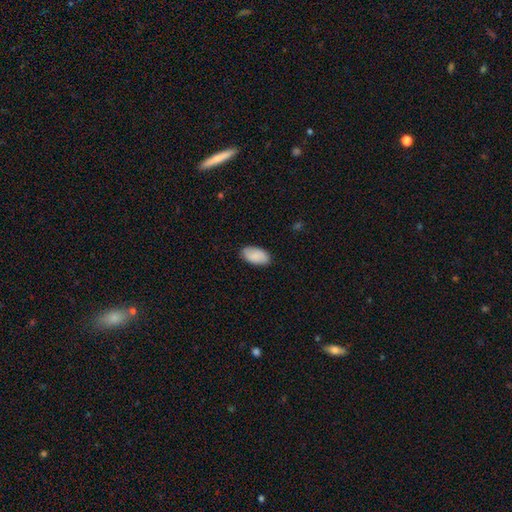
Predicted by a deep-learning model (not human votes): Overall: smooth (88%). How rounded: in between (95%). Merging: none (86%).